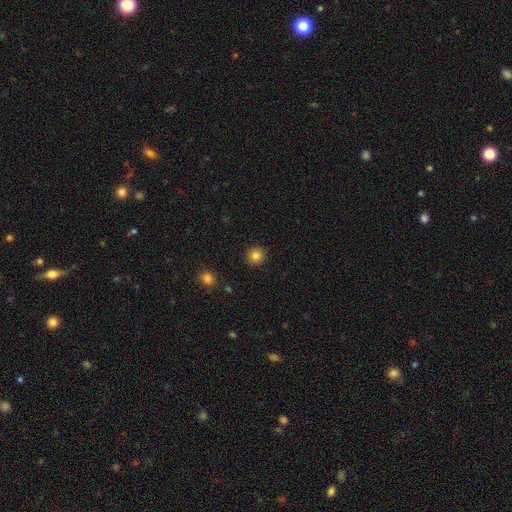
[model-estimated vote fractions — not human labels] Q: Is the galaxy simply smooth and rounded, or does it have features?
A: smooth — 83%.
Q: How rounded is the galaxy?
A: round — 92%.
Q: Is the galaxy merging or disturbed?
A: none — 92%.